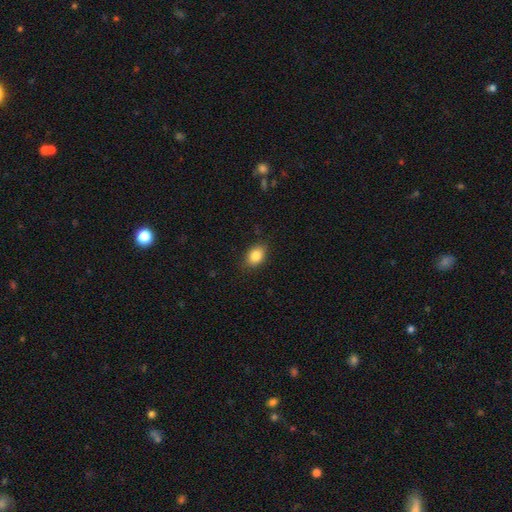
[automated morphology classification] A smooth galaxy with no disk features (85%) that is in between round and cigar-shaped (75%).

Vote fractions:
- Smooth or featured? smooth: 85% / star or artifact: 9% / featured or disk: 6%
- How rounded? in between: 75% / round: 24% / cigar-shaped: 1%
- Merging? none: 85% / minor disturbance: 11% / major disturbance: 3% / merger: 1%